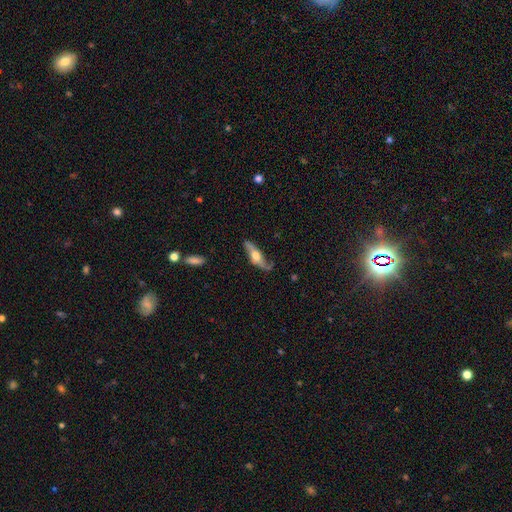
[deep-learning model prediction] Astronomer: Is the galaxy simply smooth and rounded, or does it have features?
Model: featured or disk — 63%.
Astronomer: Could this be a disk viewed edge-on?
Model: yes — 58% (runner-up: no, 42%).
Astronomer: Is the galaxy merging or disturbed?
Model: none — 60%.